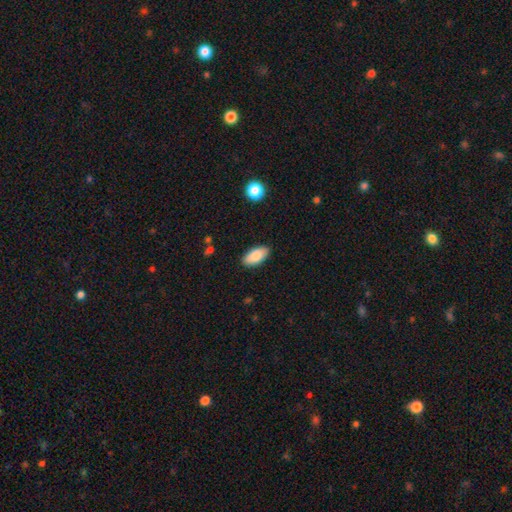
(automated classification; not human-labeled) Smooth or featured? smooth (86%)
How rounded? in between (93%)
Merging? none (88%)